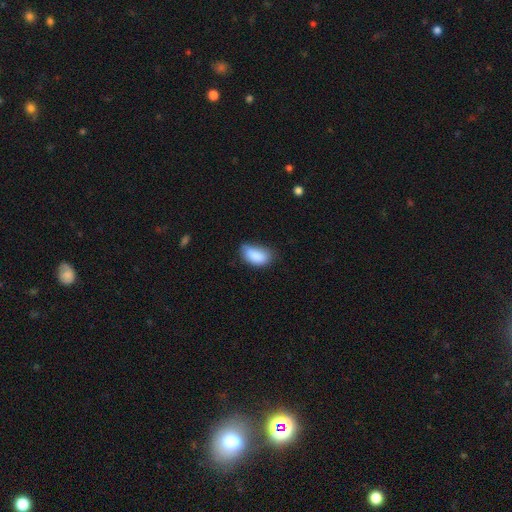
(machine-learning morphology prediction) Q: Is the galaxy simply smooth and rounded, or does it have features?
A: smooth — 87%.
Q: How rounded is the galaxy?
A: in between — 93%.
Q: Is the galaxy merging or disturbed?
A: none — 54%.